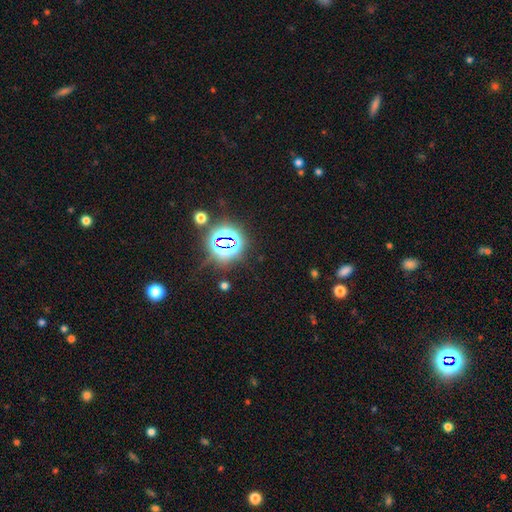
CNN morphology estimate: This is likely a star or artifact rather than a galaxy (79%).